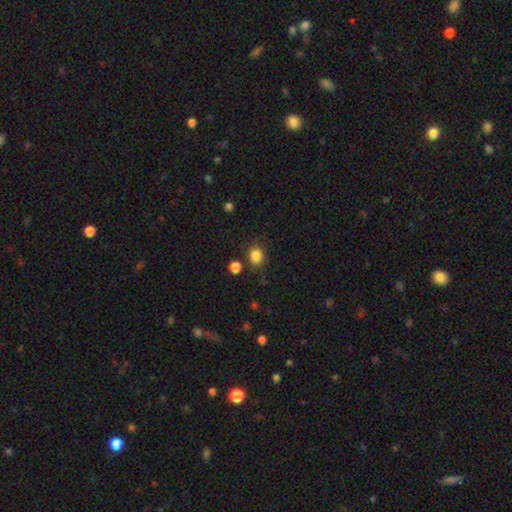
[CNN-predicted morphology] smooth-or-featured: smooth: 85% | star or artifact: 11% | featured or disk: 4%
  how-rounded: round: 70% | in between: 29% | cigar-shaped: 1%
  merging: none: 79% | minor disturbance: 12% | merger: 6% | major disturbance: 4%